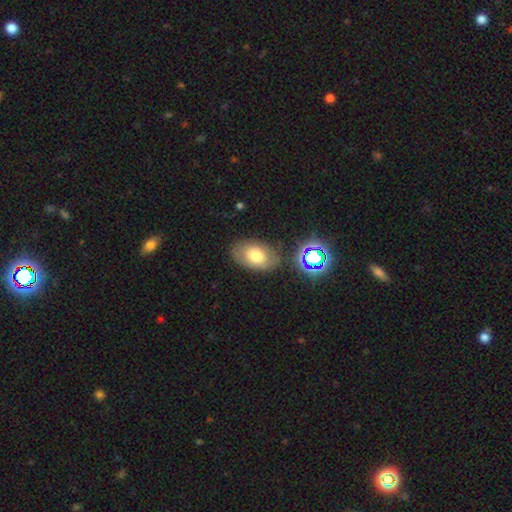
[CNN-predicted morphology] Overall: smooth (67%). How rounded: in between (88%). Merging: none (76%).